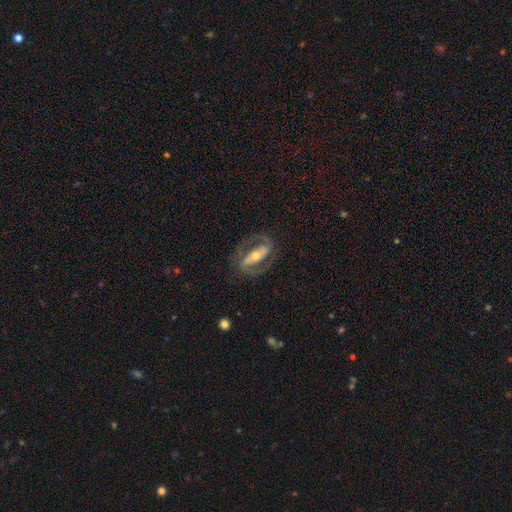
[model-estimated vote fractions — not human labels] The model was most divided on "bulge size" (2-way tie): moderate: 47%, small: 47%, large: 4%, none: 1%, dominant: 1%. More confident: edge-on disk — no (93%); spiral arms — yes (92%); spiral arm count — 2 (91%); smooth or featured — featured or disk (88%); merging — none (79%); bar — strong (67%); spiral winding — medium (52%).